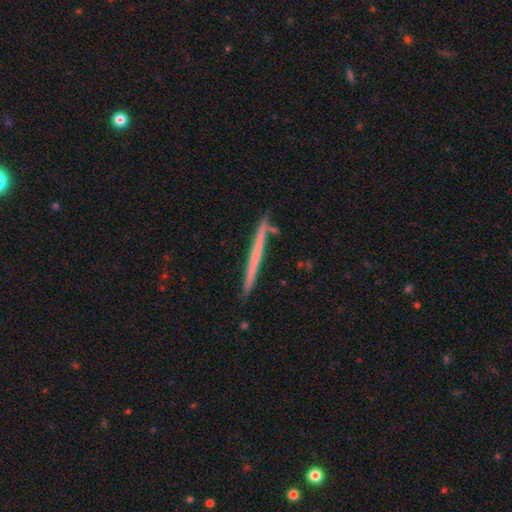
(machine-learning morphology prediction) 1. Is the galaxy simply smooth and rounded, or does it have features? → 54% featured or disk, 41% smooth, 6% star or artifact.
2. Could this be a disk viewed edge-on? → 98% yes, 2% no.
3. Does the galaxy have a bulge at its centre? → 89% none, 8% rounded, 3% boxy.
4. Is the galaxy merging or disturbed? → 89% none, 8% minor disturbance, 2% merger, 1% major disturbance.